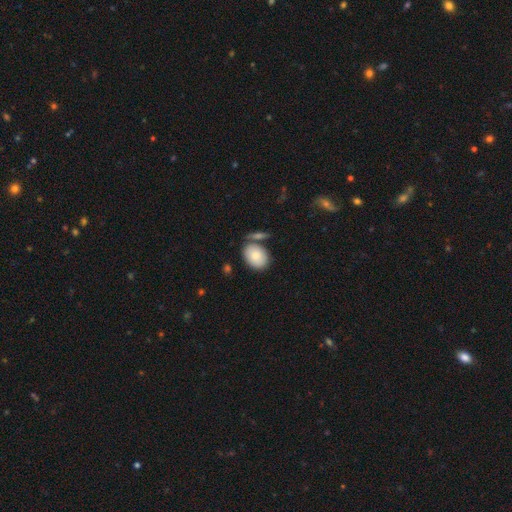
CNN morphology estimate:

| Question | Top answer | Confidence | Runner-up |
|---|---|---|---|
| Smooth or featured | smooth | 82% | featured or disk (11%) |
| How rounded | in between | 77% | round (22%) |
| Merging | none | 63% | merger (18%) |